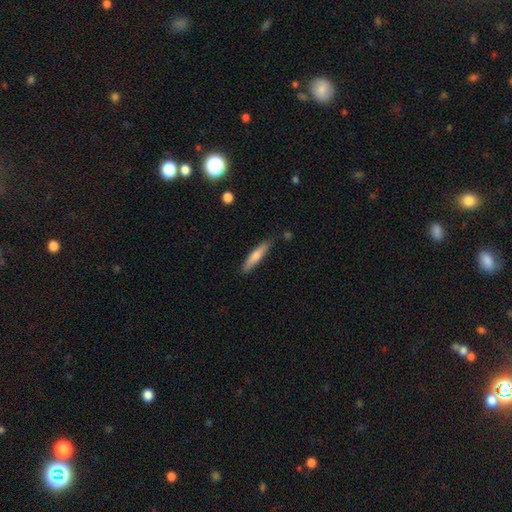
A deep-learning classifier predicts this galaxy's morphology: Smooth or featured: smooth — 64% (featured or disk — 30%)
How rounded: cigar-shaped — 86% (in between — 12%)
Merging: none — 86% (minor disturbance — 10%)